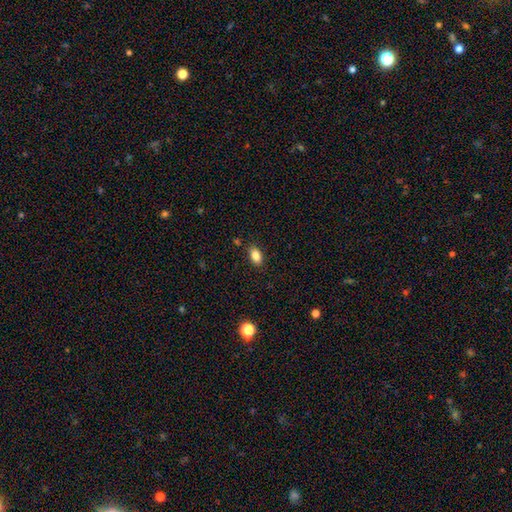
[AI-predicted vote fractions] Smooth or featured? smooth (85%)
How rounded? in between (90%)
Merging? none (86%)